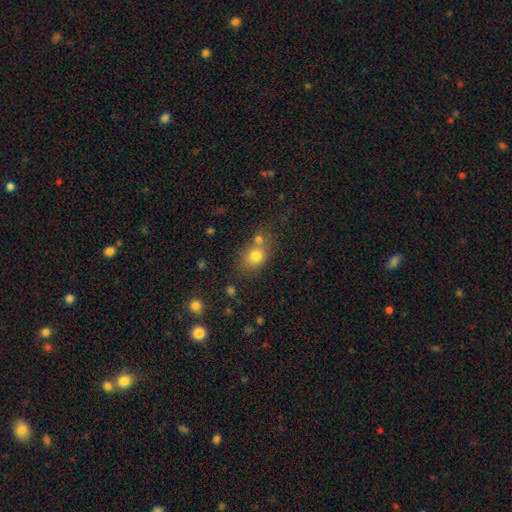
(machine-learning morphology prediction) Overall: smooth (77%). How rounded: round (53%; in between 45%). Merging: none (49%; merger 34%).